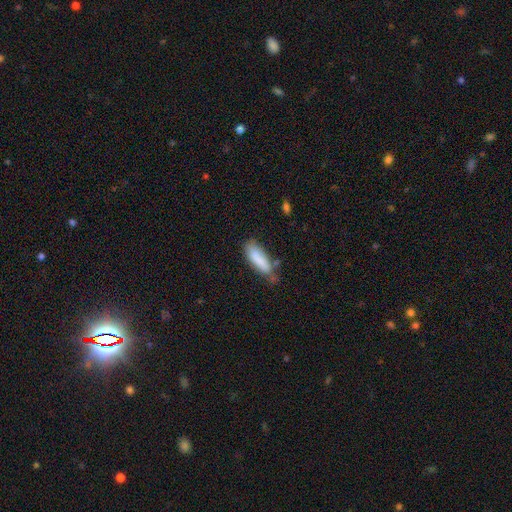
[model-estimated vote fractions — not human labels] A smooth galaxy with no disk features (82%) that is cigar-shaped (51%).

Vote fractions:
- Smooth or featured? smooth: 82% / featured or disk: 11% / star or artifact: 7%
- How rounded? cigar-shaped: 51% / in between: 47% / round: 2%
- Merging? none: 56% / minor disturbance: 30% / major disturbance: 7% / merger: 7%